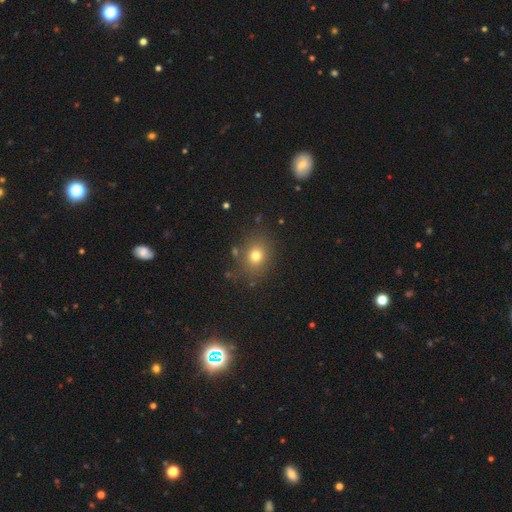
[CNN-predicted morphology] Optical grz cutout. It shows a smooth galaxy with no disk features (75%) that is round (65%). Merging: none (82%).